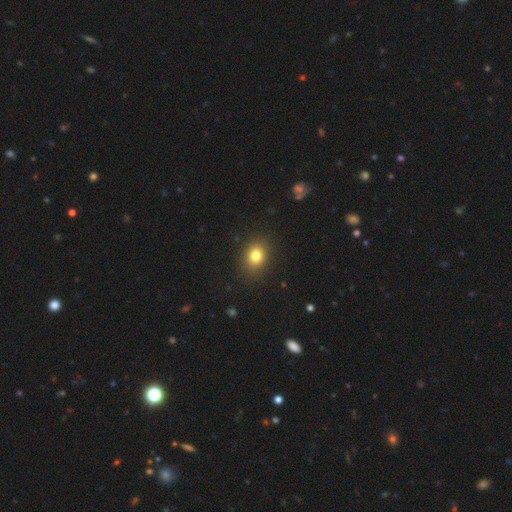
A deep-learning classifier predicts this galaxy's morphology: Smooth or featured?
  - smooth: 80% *
  - star or artifact: 13%
  - featured or disk: 8%
How rounded?
  - round: 52% *
  - in between: 47%
  - cigar-shaped: 1%
Merging?
  - none: 88% *
  - minor disturbance: 9%
  - major disturbance: 3%
  - merger: 1%